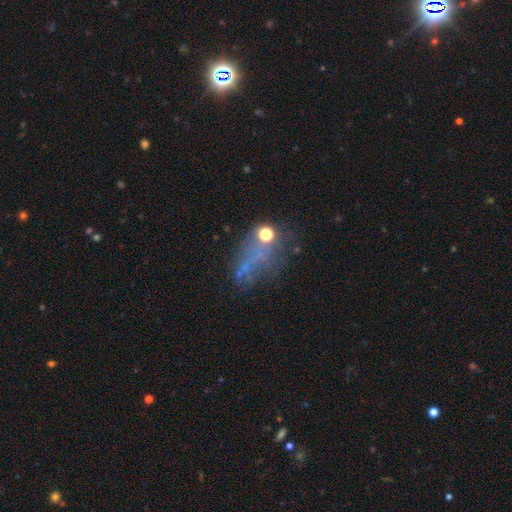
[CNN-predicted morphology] Q: Smooth or featured?
A: star or artifact (35%); runner-up: smooth (32%)